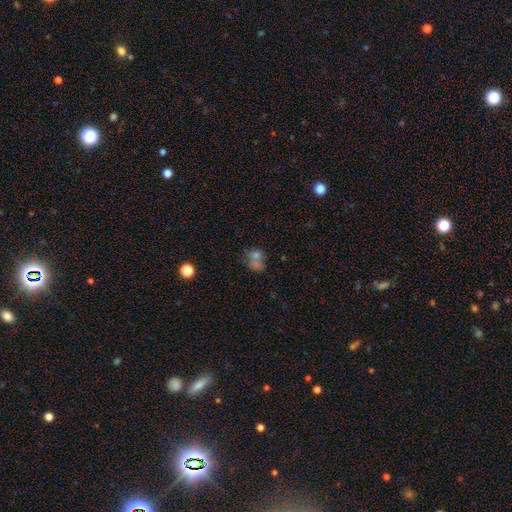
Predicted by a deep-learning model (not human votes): The model was most divided on "merging": merger: 38%, none: 33%, minor disturbance: 15%, major disturbance: 14%. More confident: smooth or featured — smooth (60%); how rounded — round (53%).